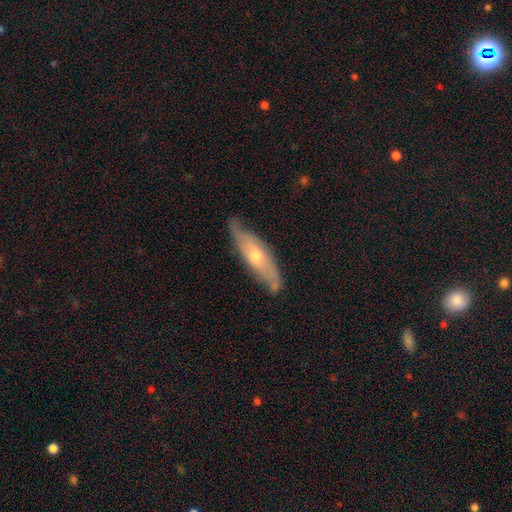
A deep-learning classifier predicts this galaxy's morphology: Smooth or featured? Predicted: featured or disk (p=0.65). Edge-on disk? Predicted: no (p=0.54). Merging? Predicted: none (p=0.72).